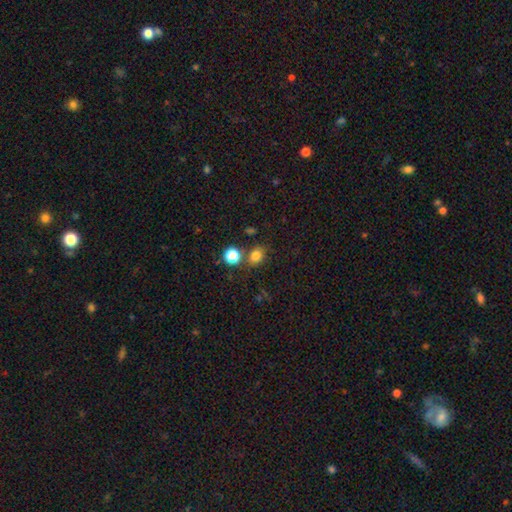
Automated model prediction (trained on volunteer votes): smooth_or_featured: smooth (p=0.79) [alt: star or artifact p=0.15]
how_rounded: round (p=0.51) [alt: in between p=0.48]
merging: none (p=0.70) [alt: merger p=0.14]